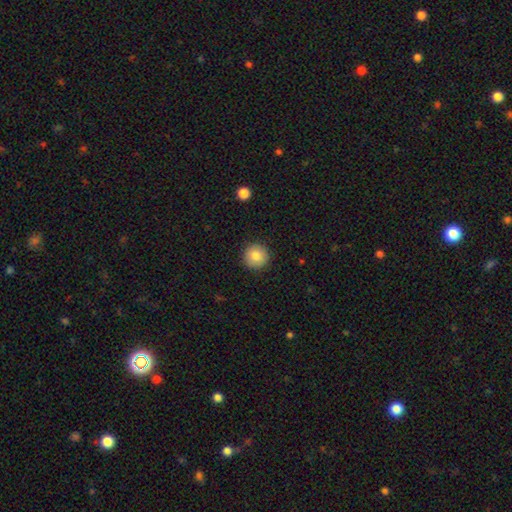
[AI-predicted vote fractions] Q: Smooth or featured?
A: smooth (84%); runner-up: star or artifact (9%)
Q: How rounded?
A: round (95%); runner-up: in between (4%)
Q: Merging?
A: none (91%); runner-up: minor disturbance (6%)